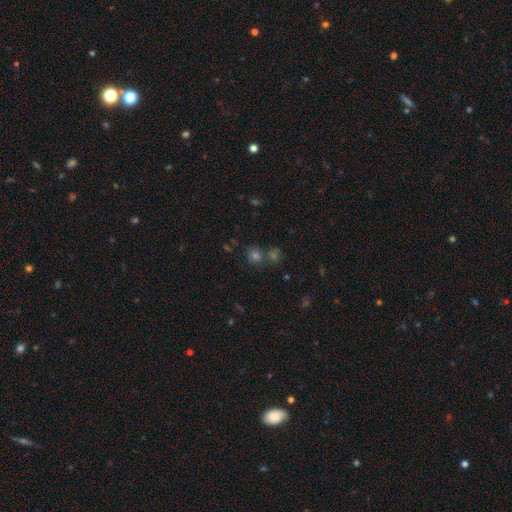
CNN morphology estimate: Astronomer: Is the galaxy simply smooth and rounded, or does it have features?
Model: smooth — 52% (runner-up: star or artifact, 37%).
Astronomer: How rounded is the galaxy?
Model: round — 87%.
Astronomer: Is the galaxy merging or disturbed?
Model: none — 65%.